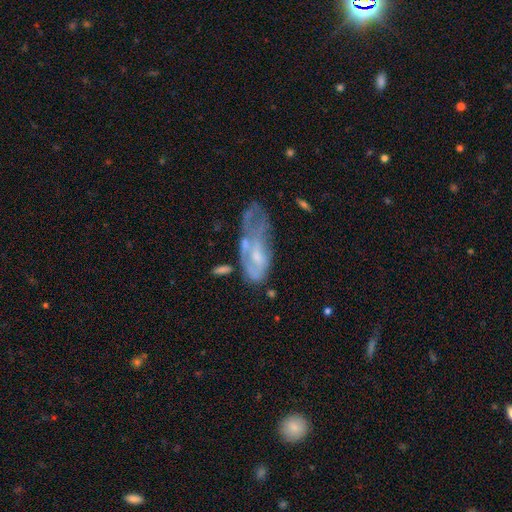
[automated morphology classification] Smooth or featured? featured or disk (57%)
Edge-on disk? no (89%)
Bar? no (75%)
Spiral arms? no (68%)
Bulge size? small (40%)
Merging? major disturbance (36%)